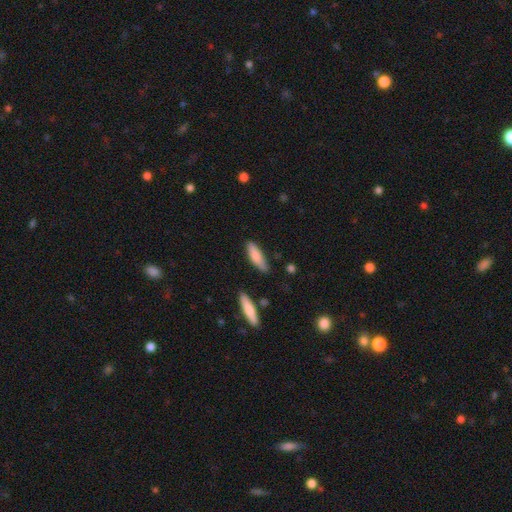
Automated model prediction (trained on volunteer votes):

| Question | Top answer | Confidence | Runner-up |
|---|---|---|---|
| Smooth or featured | smooth | 81% | featured or disk (13%) |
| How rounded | cigar-shaped | 56% | in between (42%) |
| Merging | none | 79% | minor disturbance (15%) |